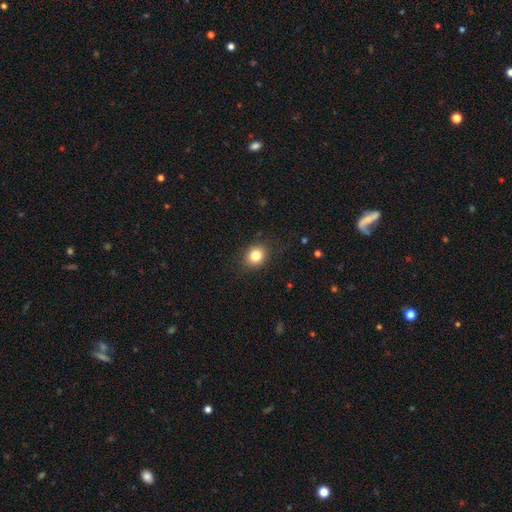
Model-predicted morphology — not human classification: Smooth or featured? Predicted: smooth (p=0.82). How rounded? Predicted: round (p=0.67). Merging? Predicted: none (p=0.86).